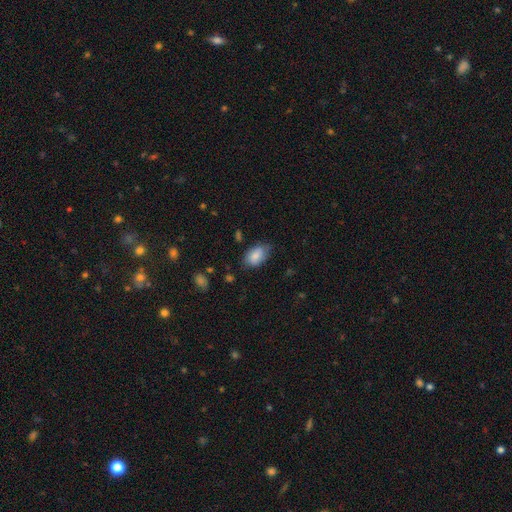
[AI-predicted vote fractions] This is clearly a smooth galaxy (80%). How rounded: clearly in between (91%). Merging: likely none (66%).